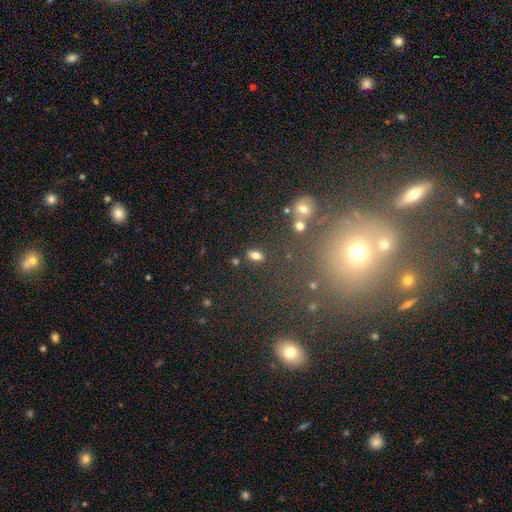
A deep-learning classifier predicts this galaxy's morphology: Smooth or featured?
  - smooth: 78% *
  - star or artifact: 13%
  - featured or disk: 9%
How rounded?
  - in between: 86% *
  - round: 11%
  - cigar-shaped: 3%
Merging?
  - none: 81% *
  - minor disturbance: 11%
  - merger: 5%
  - major disturbance: 3%